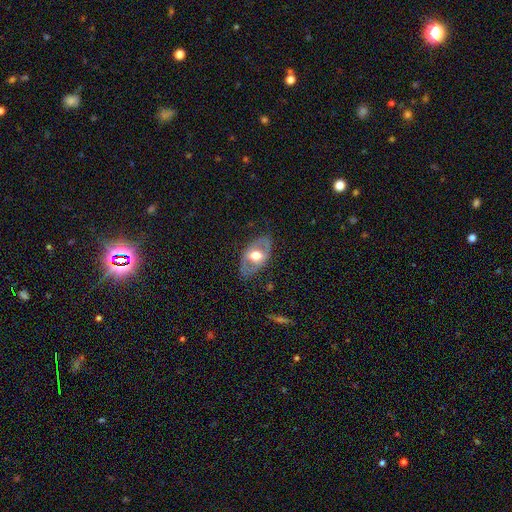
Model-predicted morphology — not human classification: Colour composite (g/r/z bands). It shows a featured or disk galaxy (57%). Merging: none (76%).